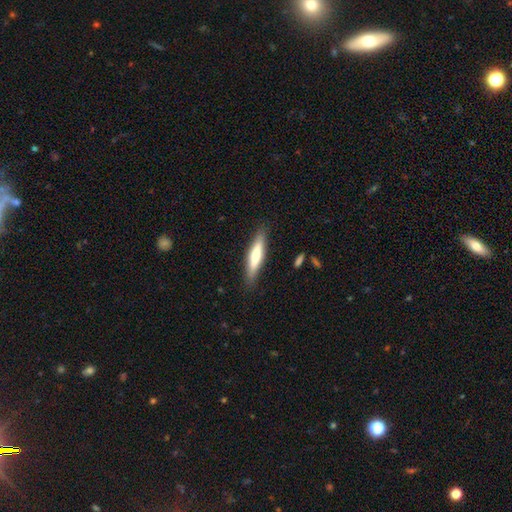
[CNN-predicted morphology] type=smooth (62%); roundness=cigar-shaped (82%); merging=none (86%).